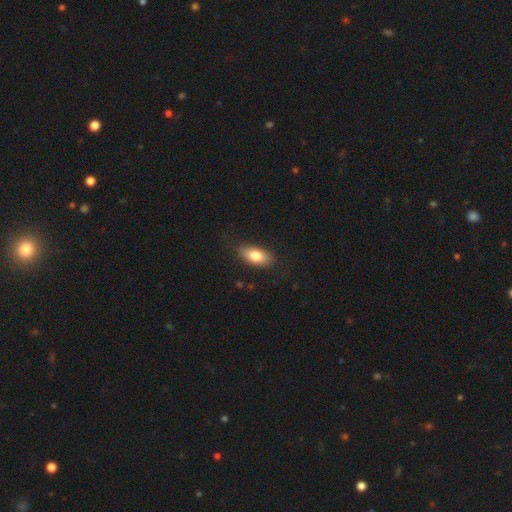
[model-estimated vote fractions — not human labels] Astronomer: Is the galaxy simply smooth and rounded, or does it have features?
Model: smooth — 79%.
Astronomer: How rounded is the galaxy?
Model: in between — 88%.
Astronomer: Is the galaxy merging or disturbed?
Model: none — 83%.